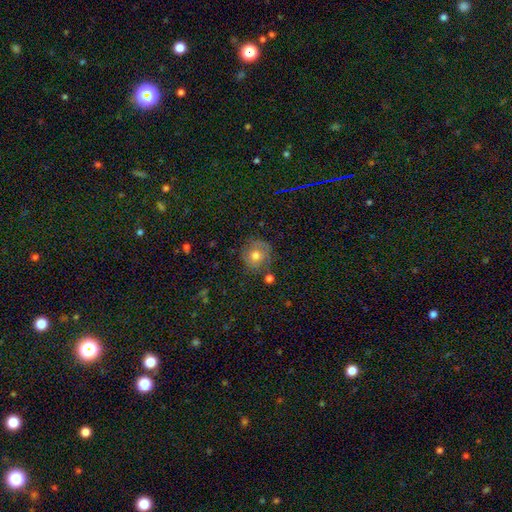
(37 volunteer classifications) Smooth or featured?
  - smooth: 73% *
  - featured or disk: 22%
  - star or artifact: 5%
How rounded?
  - round: 89% *
  - in between: 11%
  - cigar-shaped: 0%
Merging?
  - none: 63% *
  - minor disturbance: 31%
  - major disturbance: 3%
  - merger: 3%